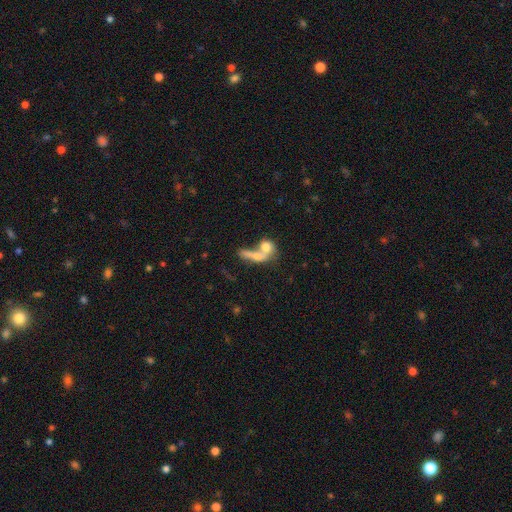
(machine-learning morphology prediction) A smooth galaxy with no disk features (59%) that is in between round and cigar-shaped (54%).

Vote fractions:
- Smooth or featured? smooth: 59% / featured or disk: 31% / star or artifact: 10%
- How rounded? in between: 54% / round: 29% / cigar-shaped: 18%
- Merging? merger: 68% / none: 16% / major disturbance: 10% / minor disturbance: 6%